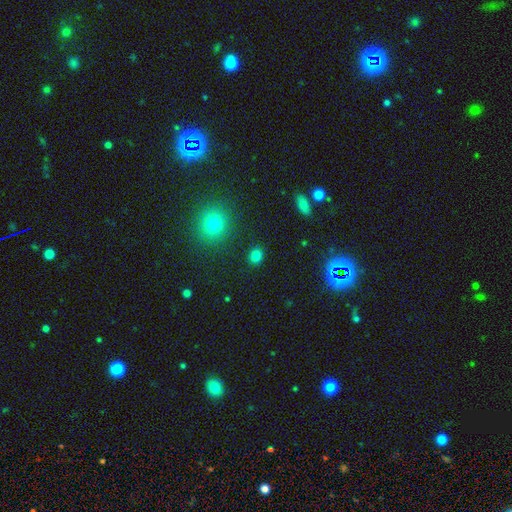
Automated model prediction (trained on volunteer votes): smooth 81%, star or artifact 14%, featured or disk 5%. Down the decision tree: how rounded — round (71%); merging — none (88%).